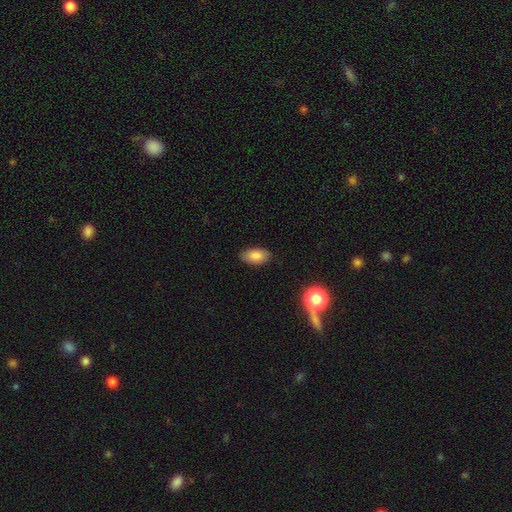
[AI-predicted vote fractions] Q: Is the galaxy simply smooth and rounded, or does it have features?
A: smooth — 84%.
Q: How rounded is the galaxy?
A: in between — 93%.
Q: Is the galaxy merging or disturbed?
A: none — 85%.